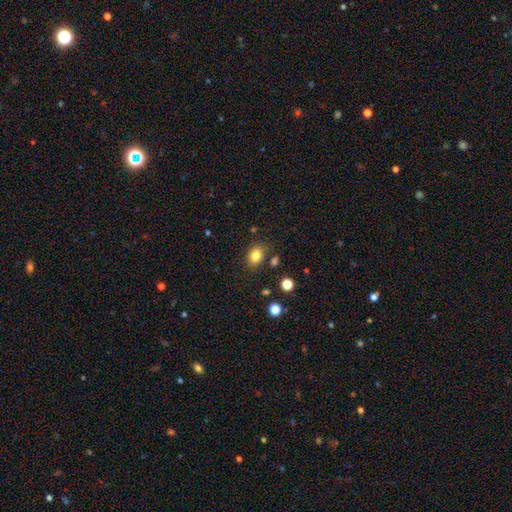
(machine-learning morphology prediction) Q: Smooth or featured?
A: smooth (82%); runner-up: star or artifact (11%)
Q: How rounded?
A: in between (65%); runner-up: round (34%)
Q: Merging?
A: none (79%); runner-up: minor disturbance (13%)